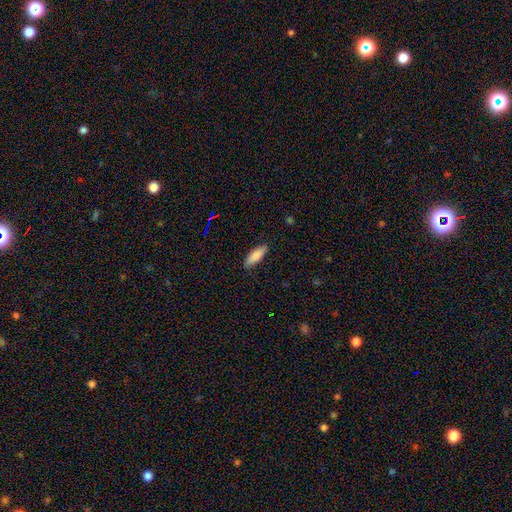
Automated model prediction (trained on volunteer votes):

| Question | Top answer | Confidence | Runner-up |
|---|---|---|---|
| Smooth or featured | smooth | 83% | featured or disk (10%) |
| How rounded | in between | 57% | cigar-shaped (41%) |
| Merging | none | 86% | minor disturbance (11%) |